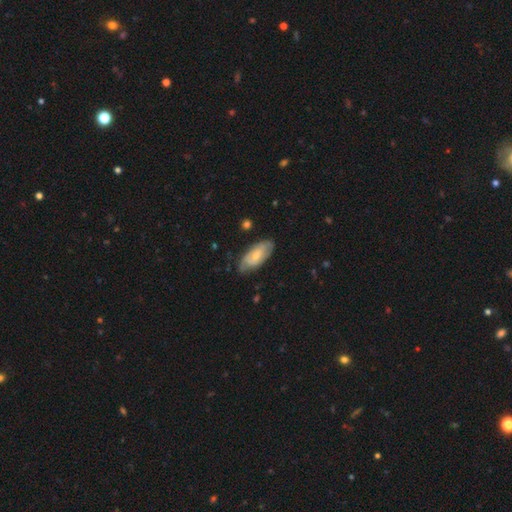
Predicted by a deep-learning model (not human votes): smooth_or_featured: featured or disk (p=0.57) [alt: smooth p=0.37]
disk_edge_on: no (p=0.90) [alt: yes p=0.10]
bar: no (p=0.58) [alt: weak p=0.34]
has_spiral_arms: yes (p=0.81) [alt: no p=0.19]
bulge_size: small (p=0.56) [alt: moderate p=0.37]
merging: none (p=0.72) [alt: minor disturbance p=0.22]